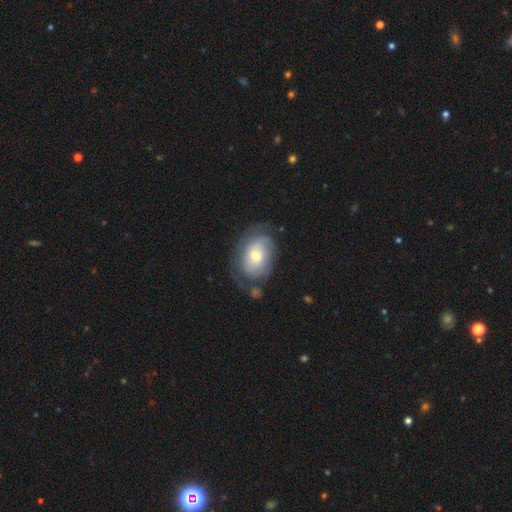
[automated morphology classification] Overall: featured or disk (49%; smooth 44%). Merging: none (55%; minor disturbance 26%).